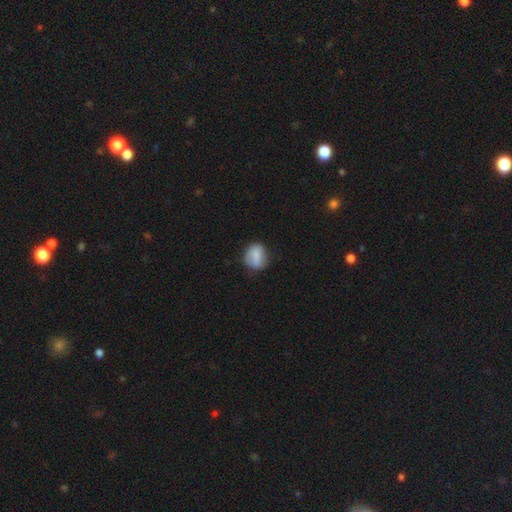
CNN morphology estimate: Q: Smooth or featured?
A: smooth (70%); runner-up: featured or disk (22%)
Q: How rounded?
A: round (58%); runner-up: in between (40%)
Q: Merging?
A: none (70%); runner-up: minor disturbance (22%)